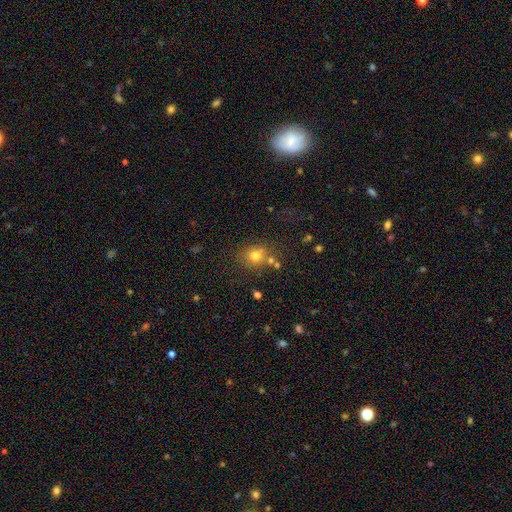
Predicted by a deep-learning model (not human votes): Smooth or featured?
  - smooth: 72% *
  - star or artifact: 18%
  - featured or disk: 10%
How rounded?
  - round: 80% *
  - in between: 19%
  - cigar-shaped: 1%
Merging?
  - none: 70% *
  - merger: 14%
  - minor disturbance: 12%
  - major disturbance: 5%